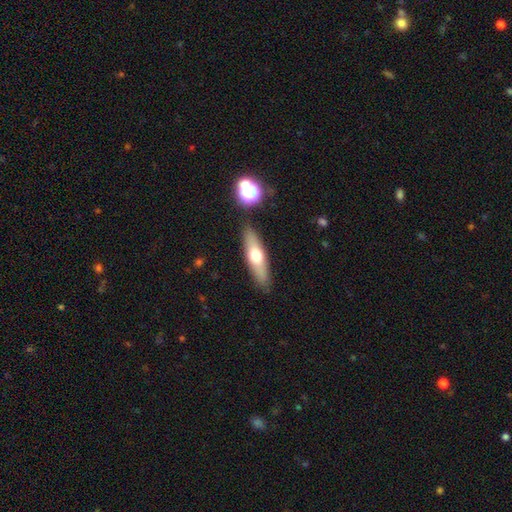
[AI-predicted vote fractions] smooth_or_featured: smooth (p=0.53) [alt: featured or disk p=0.40]
how_rounded: cigar-shaped (p=0.62) [alt: in between p=0.35]
merging: none (p=0.87) [alt: minor disturbance p=0.08]